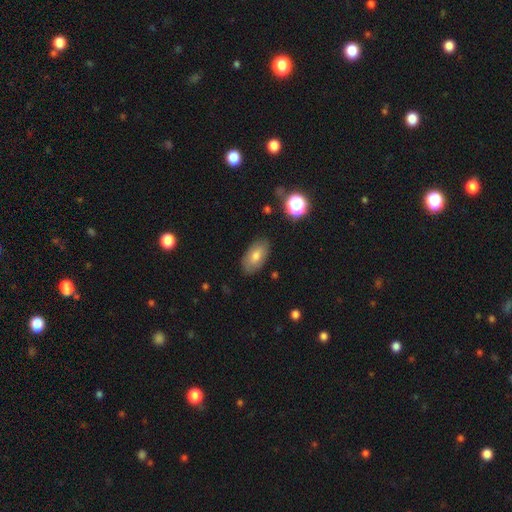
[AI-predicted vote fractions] A smooth galaxy with no disk features (74%) that is in between round and cigar-shaped (93%).

Vote fractions:
- Smooth or featured? smooth: 74% / featured or disk: 18% / star or artifact: 9%
- How rounded? in between: 93% / round: 5% / cigar-shaped: 3%
- Merging? none: 84% / minor disturbance: 12% / major disturbance: 3% / merger: 1%